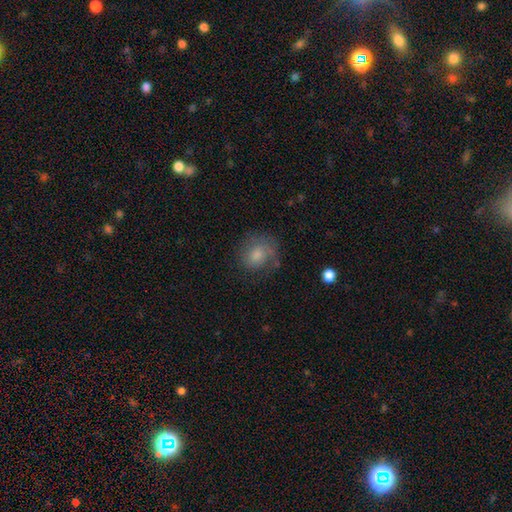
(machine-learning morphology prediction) Overall: smooth (63%; featured or disk 25%). How rounded: round (70%). Merging: none (65%).